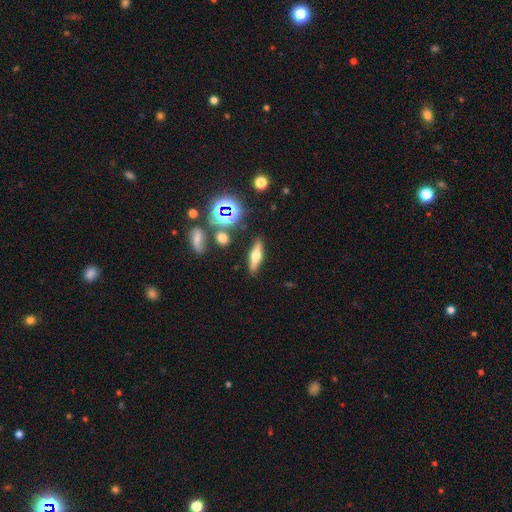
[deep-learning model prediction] This appears to be a featured or disk galaxy (53%) viewed edge-on (91%). Merging: none (85%).